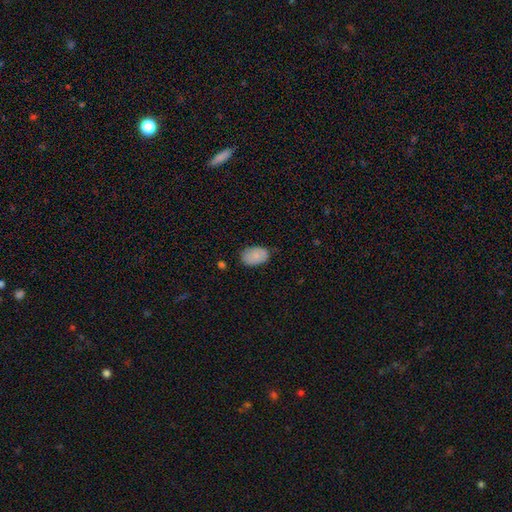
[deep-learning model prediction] smooth 86%, featured or disk 7%, star or artifact 7%. Down the decision tree: how rounded — in between (88%); merging — none (79%).